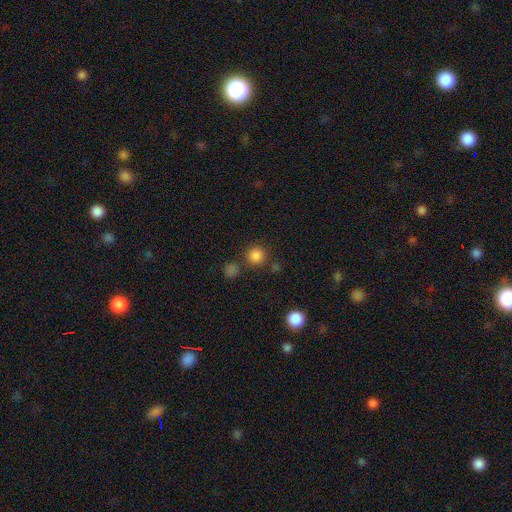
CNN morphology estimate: smooth 83%, star or artifact 13%, featured or disk 4%. Down the decision tree: how rounded — round (93%); merging — none (77%).